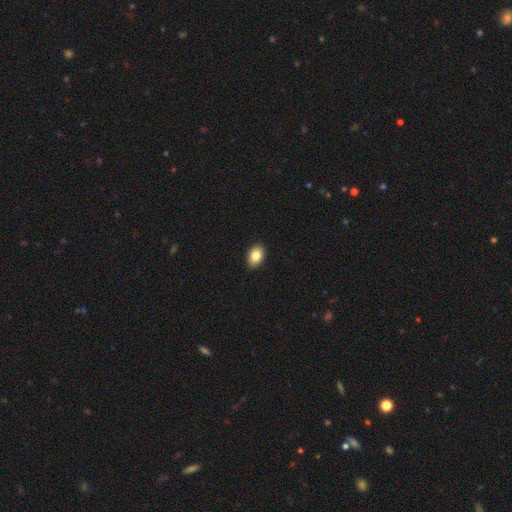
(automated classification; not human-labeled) A smooth galaxy with no disk features (83%) that is in between round and cigar-shaped (84%).

Vote fractions:
- Smooth or featured? smooth: 83% / featured or disk: 8% / star or artifact: 8%
- How rounded? in between: 84% / round: 15% / cigar-shaped: 1%
- Merging? none: 89% / minor disturbance: 8% / major disturbance: 2% / merger: 1%